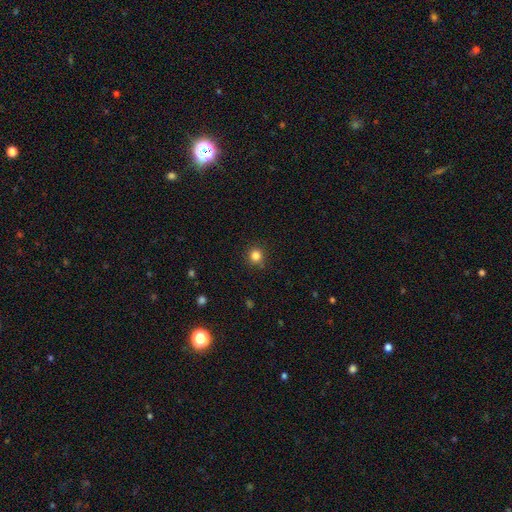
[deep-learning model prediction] Overall: smooth (83%). How rounded: round (92%). Merging: none (87%).